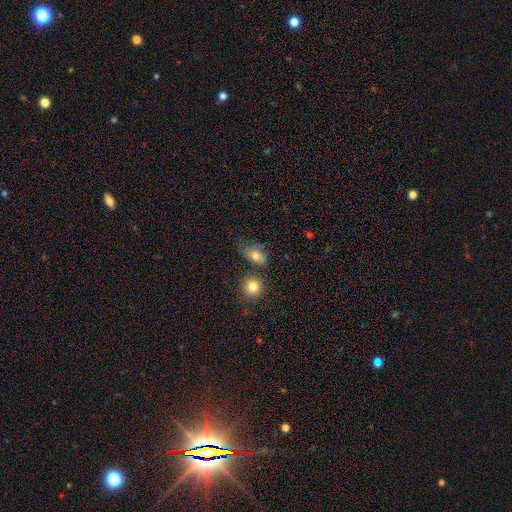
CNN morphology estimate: Smooth or featured: smooth — 77% (featured or disk — 13%)
How rounded: in between — 69% (round — 29%)
Merging: none — 44% (minor disturbance — 27%)